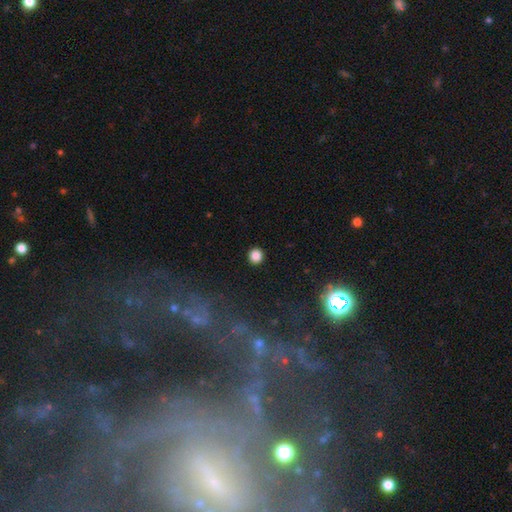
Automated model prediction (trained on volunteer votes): This appears to be a smooth galaxy with no disk features (85%) that is round (93%). Merging: none (92%).